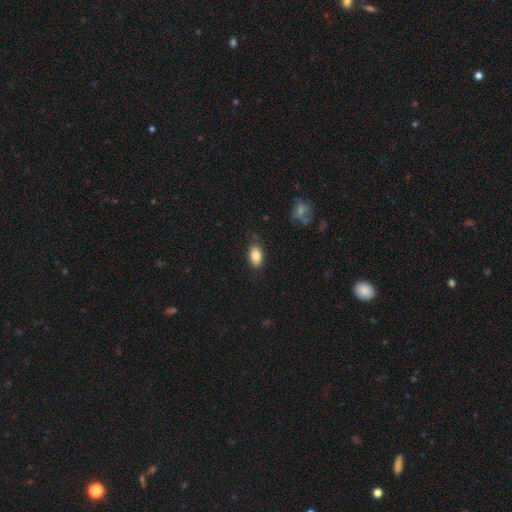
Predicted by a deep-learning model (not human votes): This is clearly a smooth galaxy (83%). How rounded: clearly in between (90%). Merging: clearly none (80%).